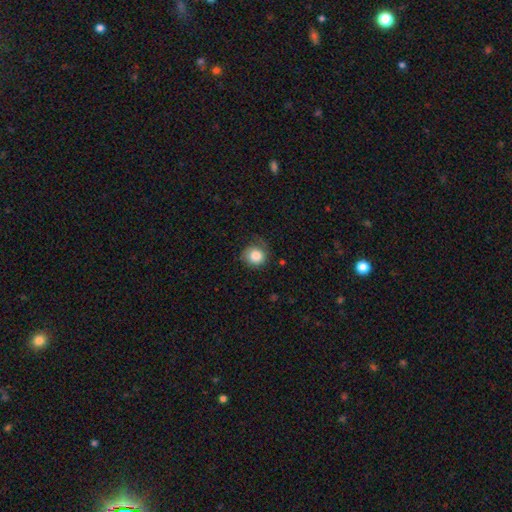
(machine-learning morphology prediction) This is clearly a smooth galaxy (82%). How rounded: clearly round (86%). Merging: likely none (61%).